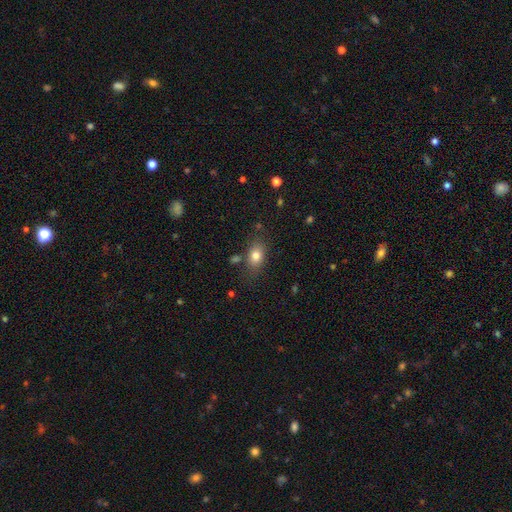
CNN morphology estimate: A smooth galaxy with no disk features (79%) that is in between round and cigar-shaped (76%).

Vote fractions:
- Smooth or featured? smooth: 79% / featured or disk: 11% / star or artifact: 10%
- How rounded? in between: 76% / round: 22% / cigar-shaped: 3%
- Merging? none: 75% / minor disturbance: 15% / merger: 5% / major disturbance: 5%